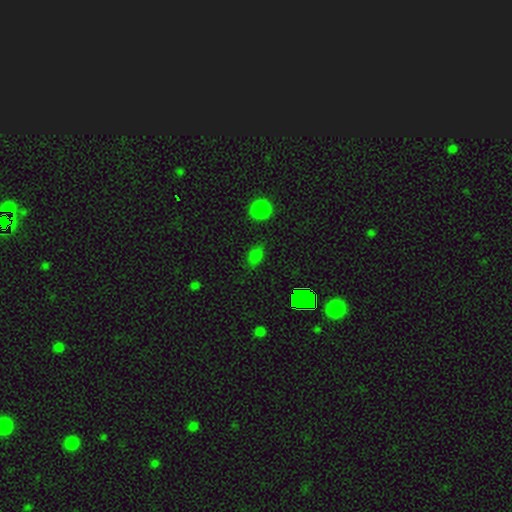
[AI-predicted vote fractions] A smooth galaxy with no disk features (72%) that is in between round and cigar-shaped (77%).

Vote fractions:
- Smooth or featured? smooth: 72% / star or artifact: 22% / featured or disk: 6%
- How rounded? in between: 77% / round: 19% / cigar-shaped: 4%
- Merging? none: 79% / minor disturbance: 14% / major disturbance: 5% / merger: 2%